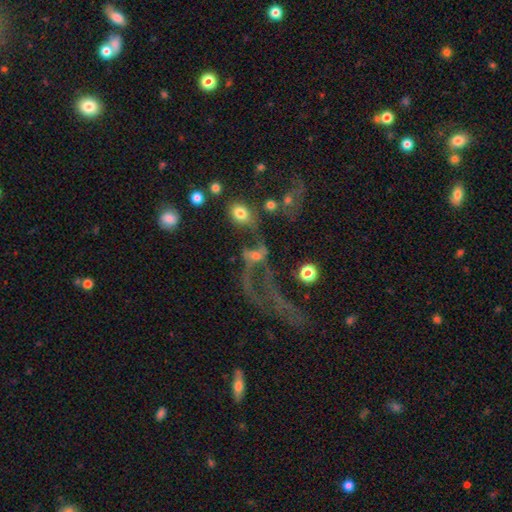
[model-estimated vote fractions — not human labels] This appears to be a star or artifact, not a galaxy (44%).